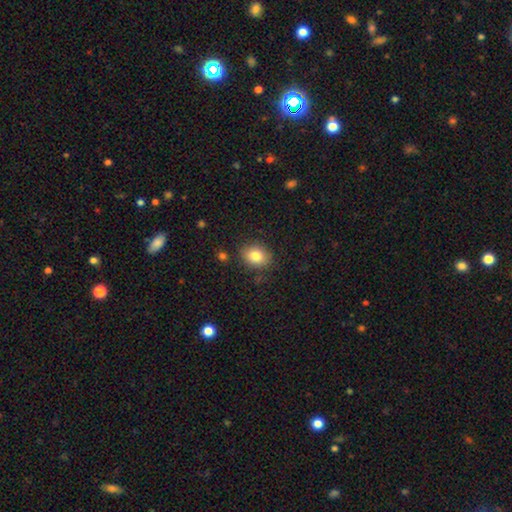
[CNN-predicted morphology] This appears to be a smooth galaxy with no disk features (81%) that is round (51%). Merging: none (84%).